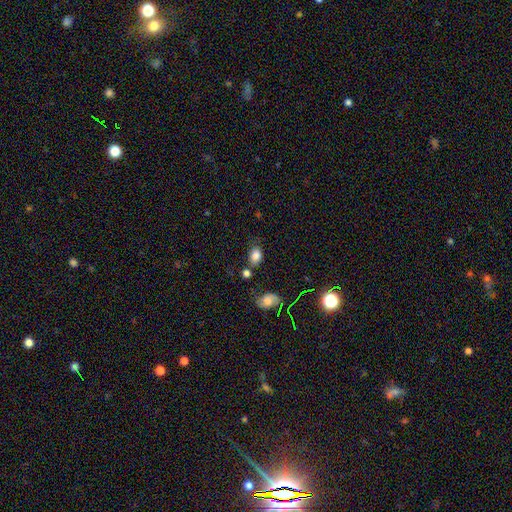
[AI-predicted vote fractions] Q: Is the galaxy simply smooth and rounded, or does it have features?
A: smooth — 82%.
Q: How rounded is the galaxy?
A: in between — 77%.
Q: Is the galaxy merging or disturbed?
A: none — 67%.